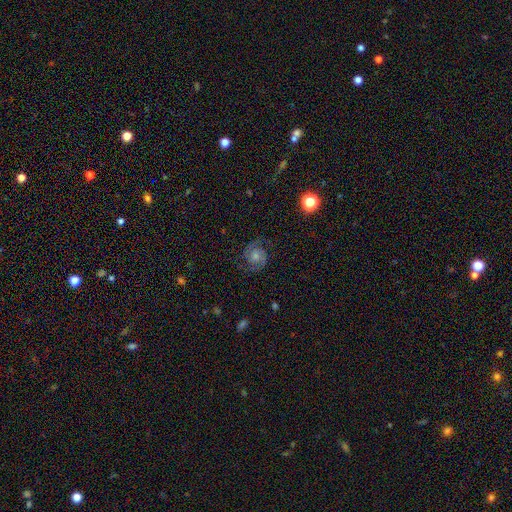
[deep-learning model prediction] This appears to be a featured or disk galaxy (83%) with no bar (67%), 2 (90%) medium (47%) spiral arms (97%) and a moderate central bulge (51%). Merging: none (83%).